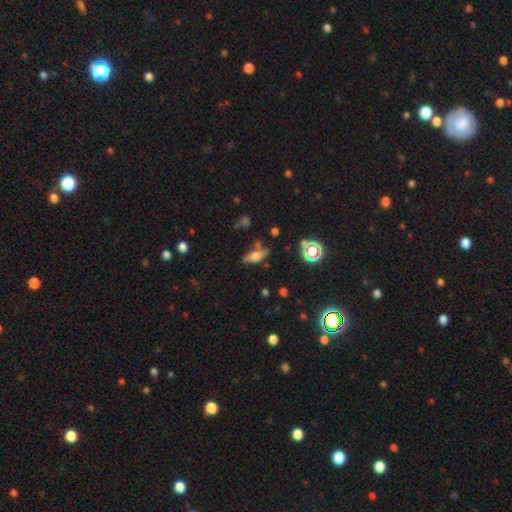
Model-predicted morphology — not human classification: type=smooth (60%); roundness=in between (71%); merging=none (59%).